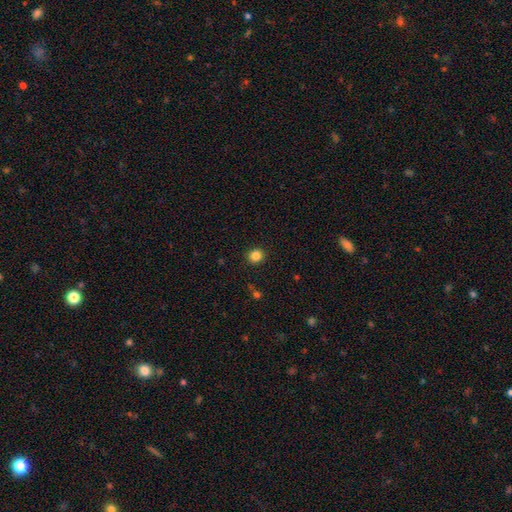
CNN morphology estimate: This appears to be a smooth galaxy with no disk features (84%) that is round (89%). Merging: none (91%).